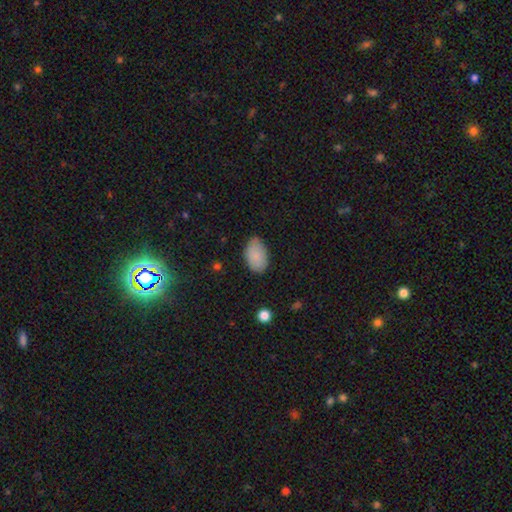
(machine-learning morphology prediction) Smooth or featured? smooth (86%)
How rounded? in between (91%)
Merging? none (76%)